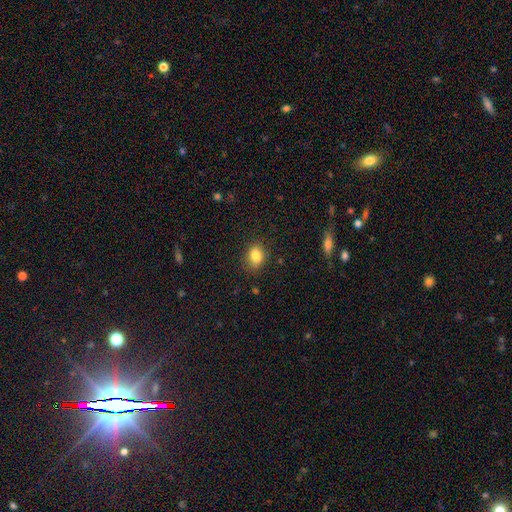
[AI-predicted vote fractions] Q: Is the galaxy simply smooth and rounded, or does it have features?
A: smooth — 84%.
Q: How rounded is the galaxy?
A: in between — 64%.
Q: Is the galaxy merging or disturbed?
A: none — 82%.